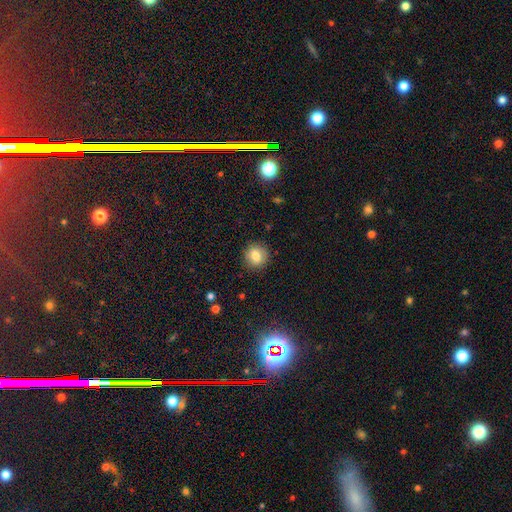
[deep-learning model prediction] smooth-or-featured: smooth: 78% | featured or disk: 11% | star or artifact: 10%
  how-rounded: round: 89% | in between: 10% | cigar-shaped: 1%
  merging: none: 89% | minor disturbance: 8% | major disturbance: 2% | merger: 1%